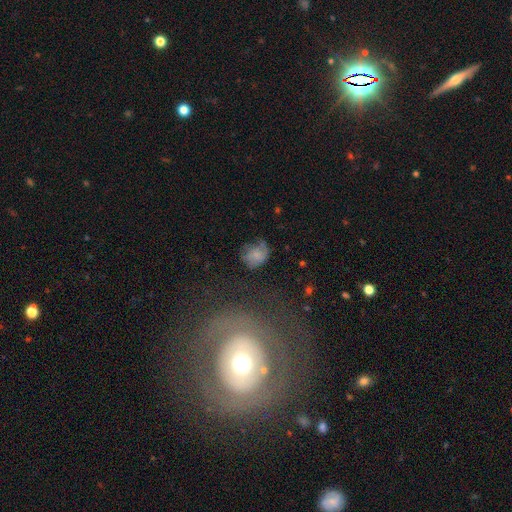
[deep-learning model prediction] A smooth galaxy with no disk features (59%) that is round (57%).

Vote fractions:
- Smooth or featured? smooth: 59% / featured or disk: 29% / star or artifact: 12%
- How rounded? round: 57% / in between: 42% / cigar-shaped: 1%
- Merging? none: 40% / minor disturbance: 33% / major disturbance: 24% / merger: 4%